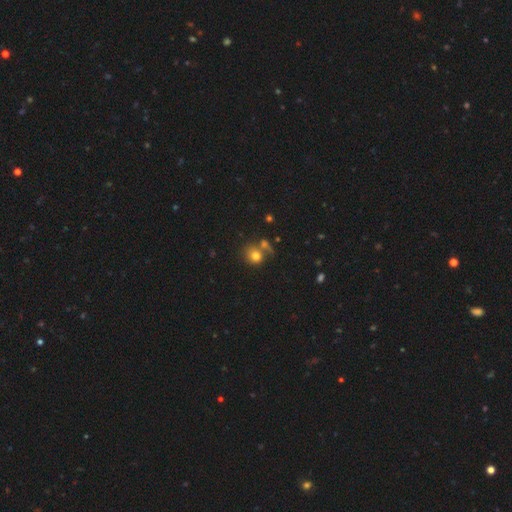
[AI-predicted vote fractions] smooth_or_featured: smooth (p=0.75) [alt: featured or disk p=0.14]
how_rounded: round (p=0.74) [alt: in between p=0.25]
merging: none (p=0.44) [alt: merger p=0.34]